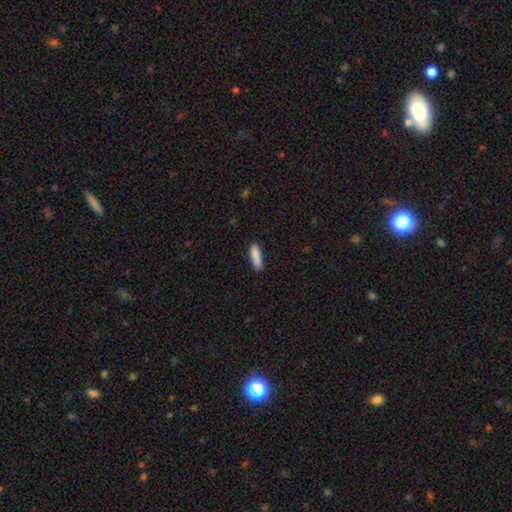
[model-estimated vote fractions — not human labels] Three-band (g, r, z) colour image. It shows a smooth galaxy with no disk features (89%) that is cigar-shaped (57%). Merging: none (86%).